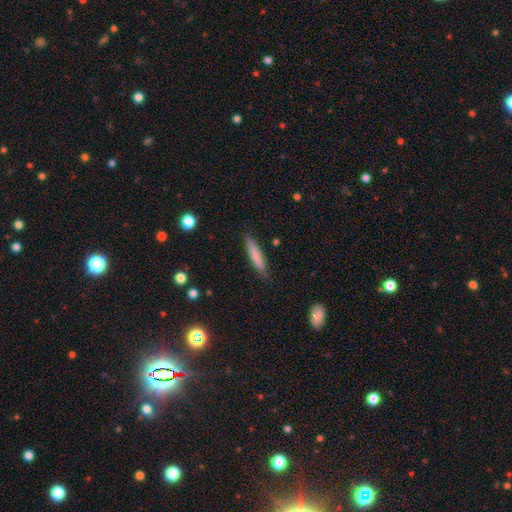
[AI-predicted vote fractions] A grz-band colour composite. It shows a smooth galaxy with no disk features (77%) that is cigar-shaped (88%). Merging: none (85%).